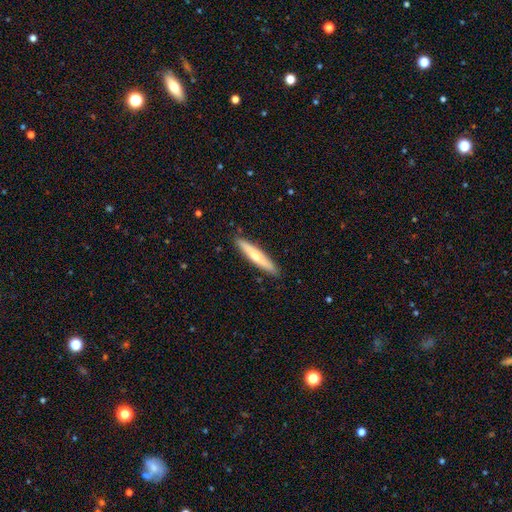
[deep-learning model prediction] smooth-or-featured: smooth: 58% | featured or disk: 37% | star or artifact: 5%
  how-rounded: cigar-shaped: 91% | in between: 8% | round: 1%
  merging: none: 89% | minor disturbance: 8% | major disturbance: 1% | merger: 1%